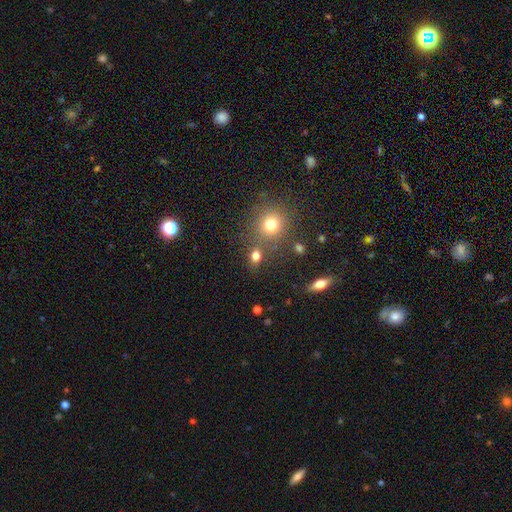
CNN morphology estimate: Smooth or featured?
  - smooth: 76% *
  - star or artifact: 17%
  - featured or disk: 7%
How rounded?
  - round: 53% *
  - in between: 45%
  - cigar-shaped: 2%
Merging?
  - none: 69% *
  - merger: 16%
  - minor disturbance: 11%
  - major disturbance: 5%